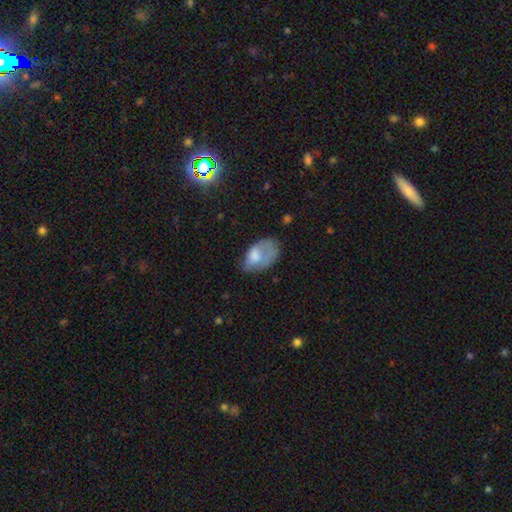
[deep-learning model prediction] Q: Smooth or featured?
A: smooth (63%); runner-up: featured or disk (28%)
Q: How rounded?
A: in between (90%); runner-up: round (9%)
Q: Merging?
A: major disturbance (34%); runner-up: none (31%)